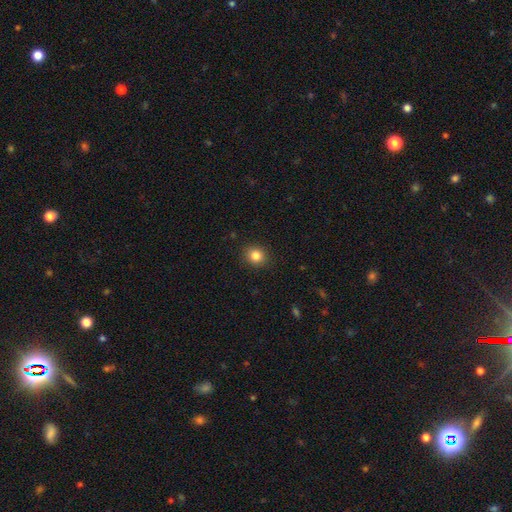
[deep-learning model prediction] Smooth or featured?
  - smooth: 83% *
  - star or artifact: 11%
  - featured or disk: 5%
How rounded?
  - round: 83% *
  - in between: 16%
  - cigar-shaped: 1%
Merging?
  - none: 91% *
  - minor disturbance: 6%
  - major disturbance: 2%
  - merger: 1%